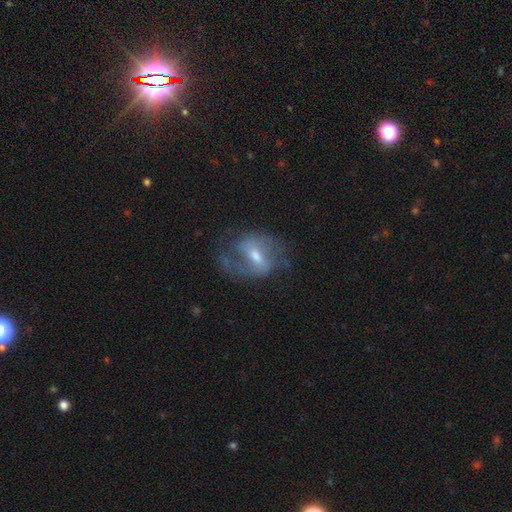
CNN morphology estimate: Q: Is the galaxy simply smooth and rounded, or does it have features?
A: featured or disk — 77%.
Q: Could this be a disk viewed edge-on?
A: no — 96%.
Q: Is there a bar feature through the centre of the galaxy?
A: weak — 51%.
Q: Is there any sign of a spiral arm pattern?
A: yes — 89%.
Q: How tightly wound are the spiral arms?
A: medium — 49%.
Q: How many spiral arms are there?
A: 2 — 77%.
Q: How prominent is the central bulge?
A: moderate — 60%.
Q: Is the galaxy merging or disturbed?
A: none — 61%.